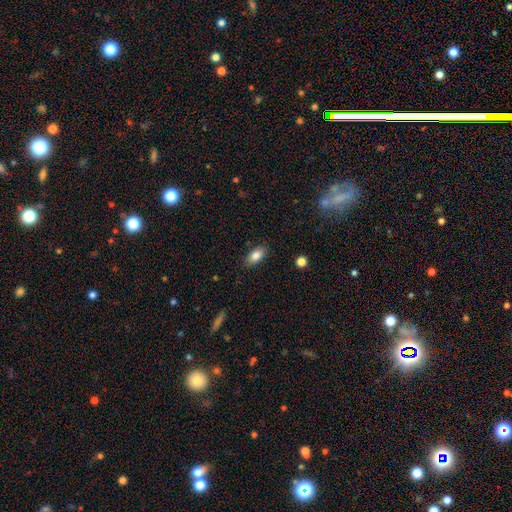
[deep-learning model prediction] A smooth galaxy with no disk features (83%) that is in between round and cigar-shaped (90%). Merging: none (86%).